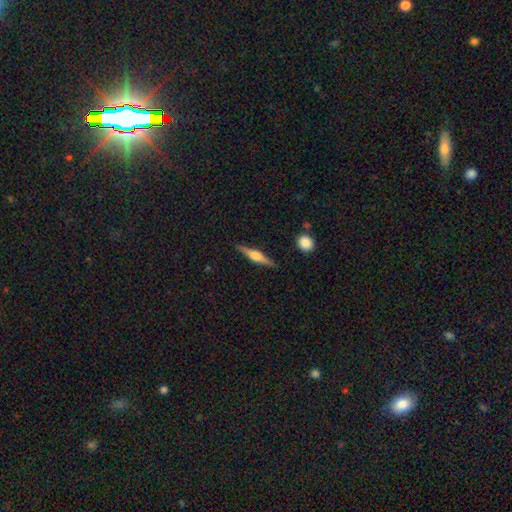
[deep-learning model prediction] The model was most divided on "smooth or featured": featured or disk: 72%, smooth: 22%, star or artifact: 6%. More confident: edge-on disk — yes (98%); edge-on bulge — rounded (91%); merging — none (89%).